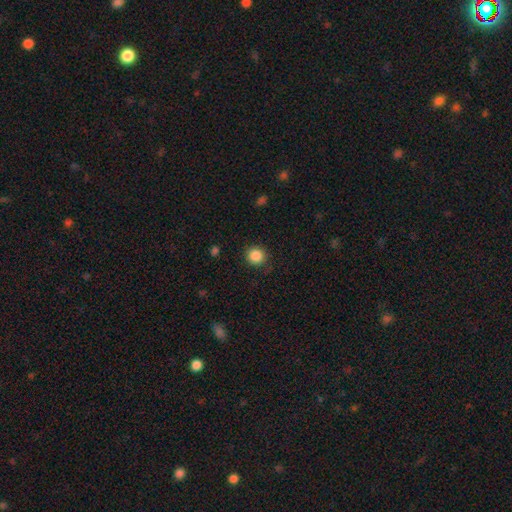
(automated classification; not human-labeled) Smooth or featured?
  - smooth: 86% *
  - star or artifact: 10%
  - featured or disk: 3%
How rounded?
  - round: 93% *
  - in between: 6%
  - cigar-shaped: 1%
Merging?
  - none: 88% *
  - minor disturbance: 8%
  - major disturbance: 3%
  - merger: 1%